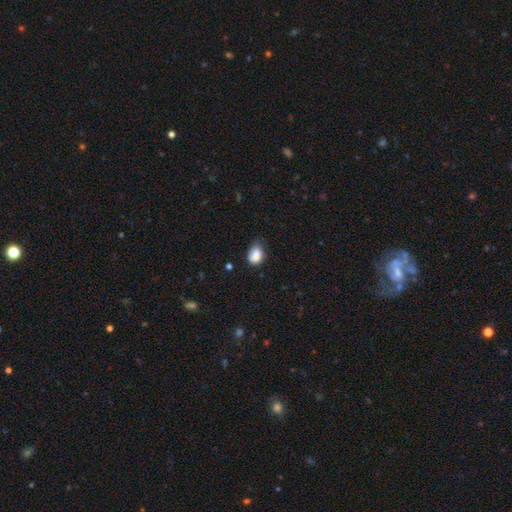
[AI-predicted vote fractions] The model was most divided on "merging": none: 45%, minor disturbance: 40%, major disturbance: 10%, merger: 4%. More confident: smooth or featured — smooth (81%); how rounded — in between (74%).